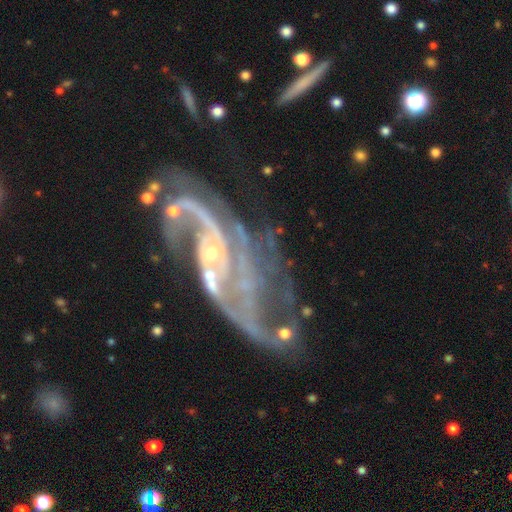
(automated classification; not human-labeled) A featured or disk galaxy (90%) with no bar (60%), 2 (49%) medium (43%) spiral arms (94%) and a small central bulge (73%).

Vote fractions:
- Smooth or featured? featured or disk: 90% / star or artifact: 7% / smooth: 4%
- Edge-on disk? no: 97% / yes: 3%
- Bar? no: 60% / weak: 28% / strong: 12%
- Spiral arms? yes: 94% / no: 6%
- Spiral winding? medium: 43% / loose: 37% / tight: 20%
- Spiral arm count? 2: 49% / 3: 16% / can't tell: 15% / 1: 8% / 4: 7% / more than 4: 6%
- Bulge size? small: 73% / moderate: 15% / none: 9% / large: 1% / dominant: 1%
- Merging? major disturbance: 38% / none: 28% / merger: 17% / minor disturbance: 17%